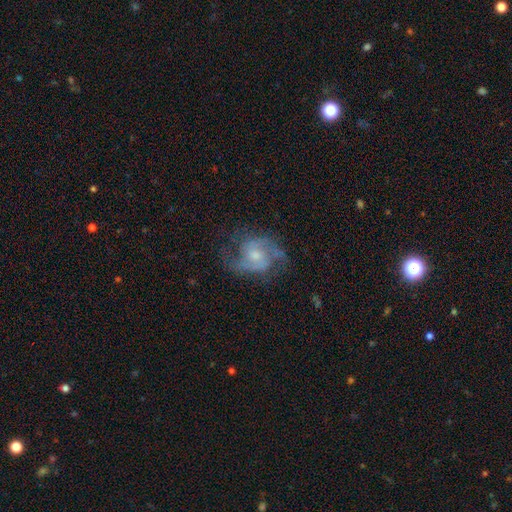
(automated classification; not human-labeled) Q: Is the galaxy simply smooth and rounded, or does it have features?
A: featured or disk — 79%.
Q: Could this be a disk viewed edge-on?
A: no — 97%.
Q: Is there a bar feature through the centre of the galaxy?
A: no — 56%.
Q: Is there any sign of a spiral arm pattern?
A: yes — 93%.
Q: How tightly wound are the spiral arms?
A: medium — 54%.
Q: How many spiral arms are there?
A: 2 — 81%.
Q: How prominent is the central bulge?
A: moderate — 49%.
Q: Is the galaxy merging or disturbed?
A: none — 63%.